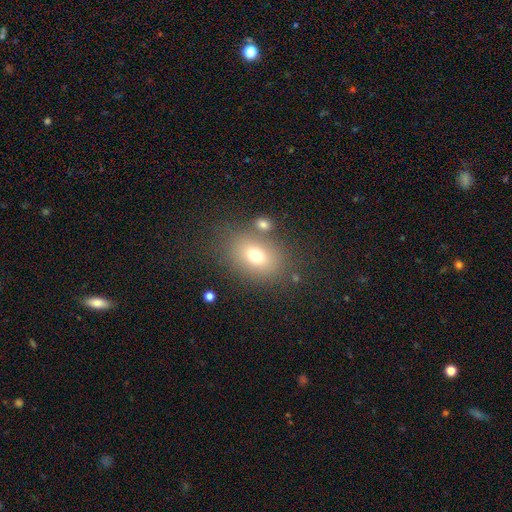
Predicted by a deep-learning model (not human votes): Smooth or featured?
  - smooth: 71% *
  - featured or disk: 15%
  - star or artifact: 14%
How rounded?
  - in between: 72% *
  - round: 27%
  - cigar-shaped: 1%
Merging?
  - none: 72% *
  - minor disturbance: 12%
  - merger: 9%
  - major disturbance: 6%